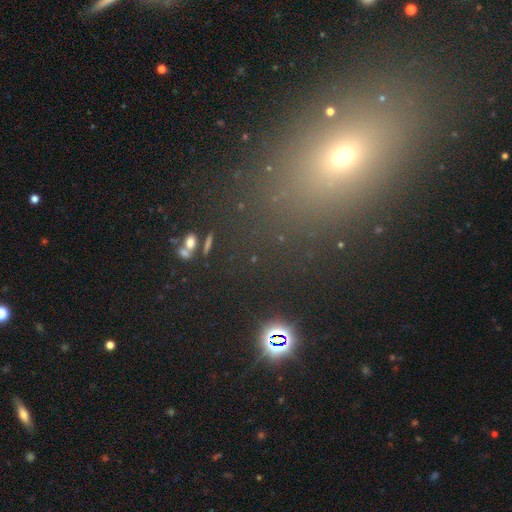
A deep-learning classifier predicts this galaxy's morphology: A smooth galaxy with no disk features (48%). Merging: none (84%).